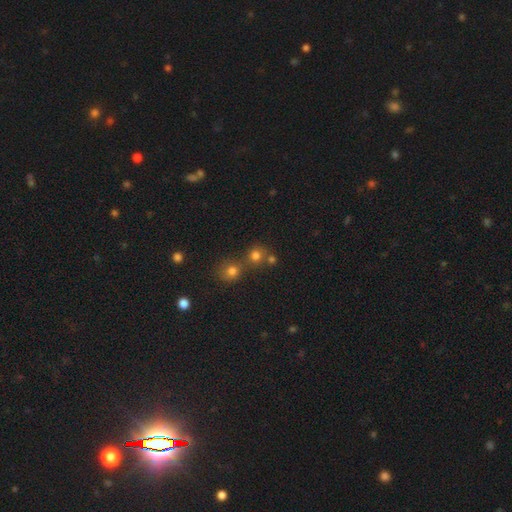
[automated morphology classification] Overall: smooth (74%). How rounded: round (89%). Merging: none (56%; merger 35%).